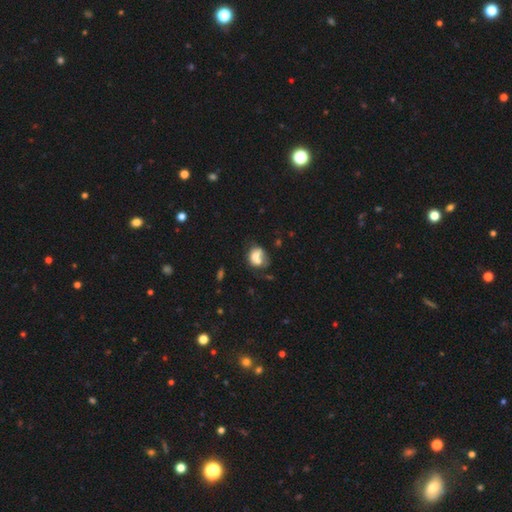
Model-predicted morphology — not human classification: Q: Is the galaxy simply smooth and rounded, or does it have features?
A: smooth — 63%.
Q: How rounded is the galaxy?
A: round — 53%.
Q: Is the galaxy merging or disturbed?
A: merger — 47%.